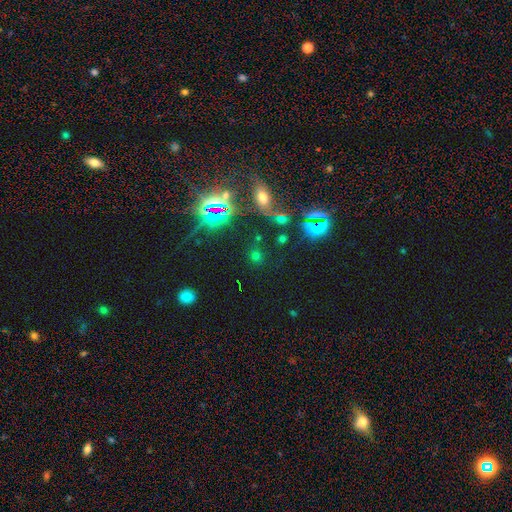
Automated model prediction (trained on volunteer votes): Smooth or featured? Predicted: star or artifact (p=0.51).